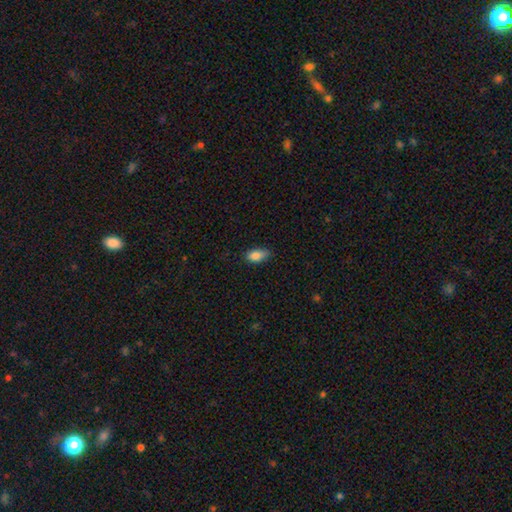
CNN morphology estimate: The model was most divided on "merging": none: 71%, minor disturbance: 24%, major disturbance: 4%, merger: 1%. More confident: how rounded — in between (88%); smooth or featured — smooth (86%).